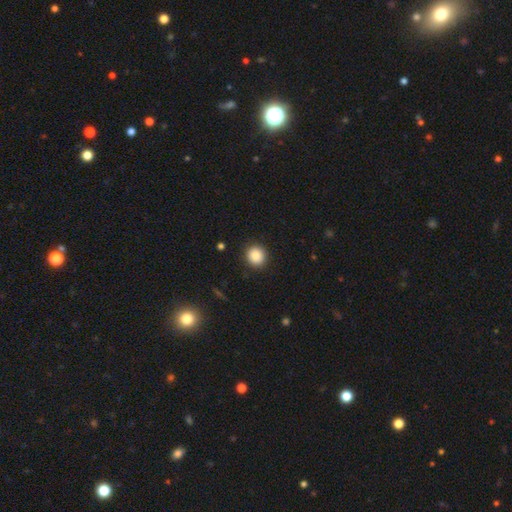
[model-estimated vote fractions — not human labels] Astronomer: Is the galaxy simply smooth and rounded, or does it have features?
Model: smooth — 86%.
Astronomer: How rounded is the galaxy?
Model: round — 89%.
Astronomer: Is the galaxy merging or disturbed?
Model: none — 91%.